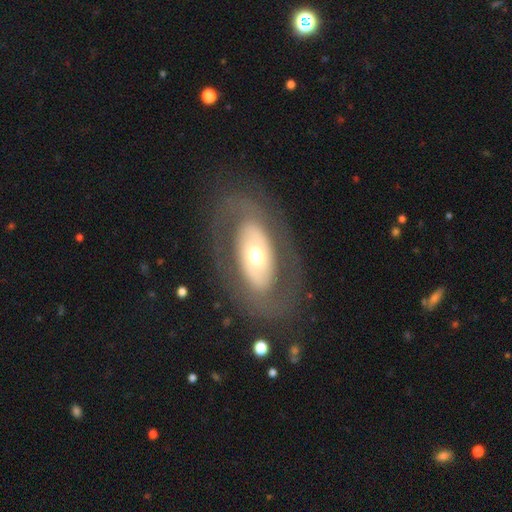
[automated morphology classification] This is likely a featured or disk galaxy (62%). It is clearly not viewed edge-on (90%). Bar: likely no (75%). Spiral arm pattern: likely no (73%). Central bulge: possibly moderate (59%). Merging: likely none (78%).